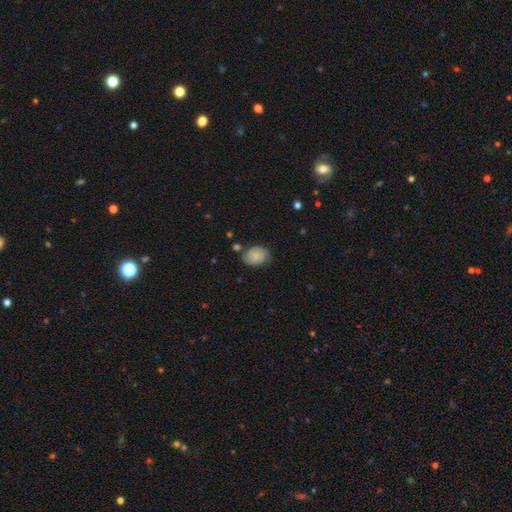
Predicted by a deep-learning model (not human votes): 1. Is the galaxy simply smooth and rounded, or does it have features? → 61% smooth, 30% featured or disk, 9% star or artifact.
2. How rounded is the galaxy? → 62% in between, 37% round, 1% cigar-shaped.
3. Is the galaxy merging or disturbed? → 66% none, 23% minor disturbance, 7% major disturbance, 5% merger.